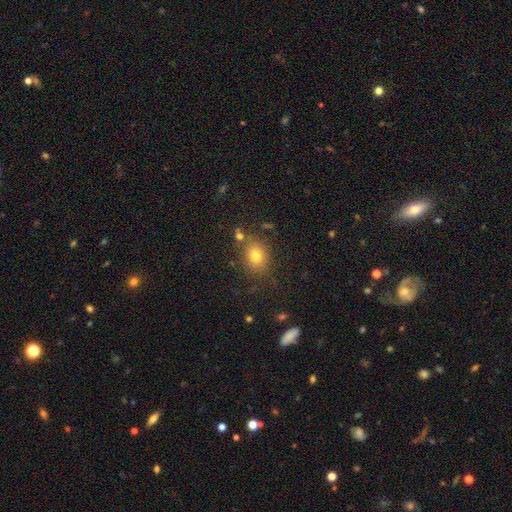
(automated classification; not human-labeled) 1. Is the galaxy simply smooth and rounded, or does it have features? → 78% smooth, 13% star or artifact, 9% featured or disk.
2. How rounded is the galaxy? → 51% round, 47% in between, 1% cigar-shaped.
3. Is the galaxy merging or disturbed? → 77% none, 13% minor disturbance, 6% merger, 4% major disturbance.